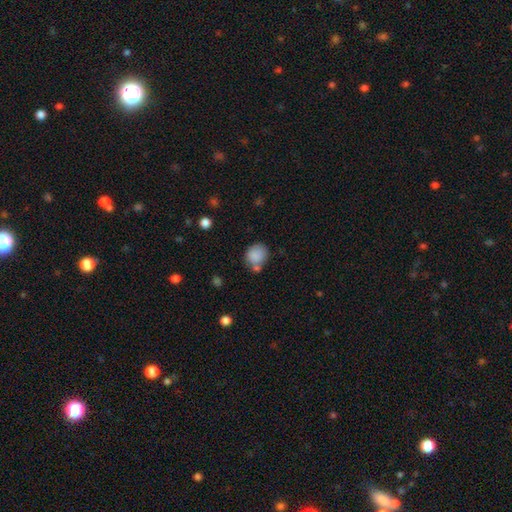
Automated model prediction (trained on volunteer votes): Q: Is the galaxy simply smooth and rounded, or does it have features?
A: smooth — 86%.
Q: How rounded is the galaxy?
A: round — 72%.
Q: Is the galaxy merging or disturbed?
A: none — 56%.